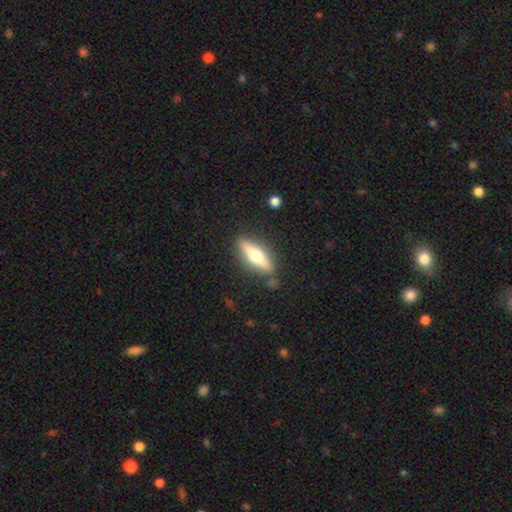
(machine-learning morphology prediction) Smooth or featured?
  - featured or disk: 50% *
  - smooth: 44%
  - star or artifact: 6%
Edge-on disk?
  - yes: 89% *
  - no: 11%
Merging?
  - none: 83% *
  - minor disturbance: 11%
  - merger: 3%
  - major disturbance: 3%